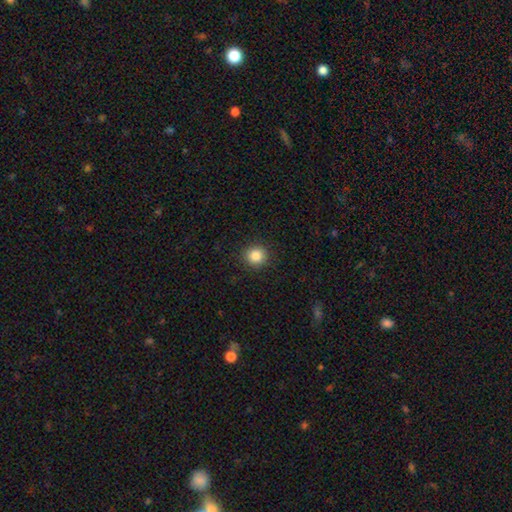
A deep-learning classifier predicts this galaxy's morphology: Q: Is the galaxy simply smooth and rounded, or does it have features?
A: smooth — 85%.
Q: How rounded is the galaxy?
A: round — 89%.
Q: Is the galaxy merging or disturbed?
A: none — 91%.